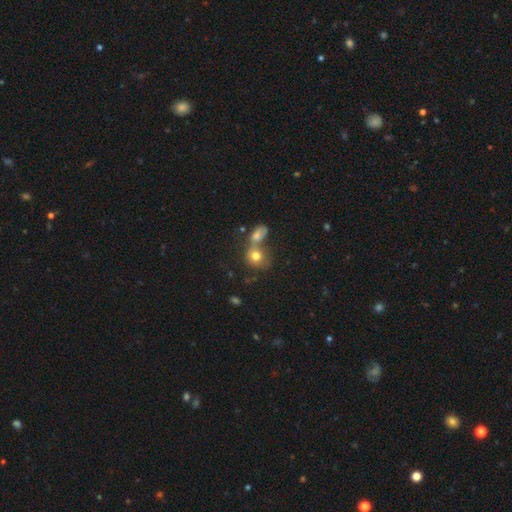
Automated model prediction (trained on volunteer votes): A smooth galaxy with no disk features (75%) that is round (70%).

Vote fractions:
- Smooth or featured? smooth: 75% / featured or disk: 15% / star or artifact: 10%
- How rounded? round: 70% / in between: 28% / cigar-shaped: 1%
- Merging? merger: 57% / none: 28% / minor disturbance: 9% / major disturbance: 6%